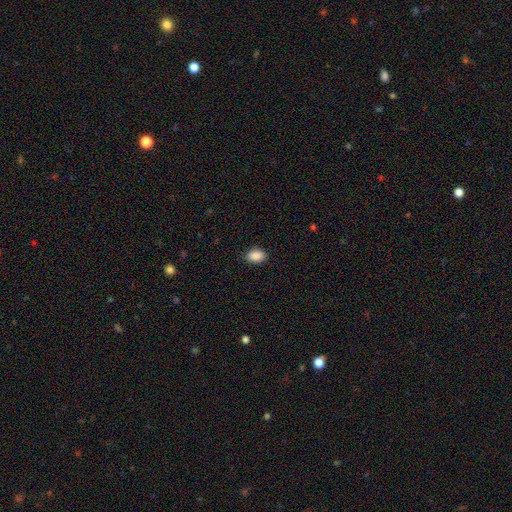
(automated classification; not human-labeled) A smooth galaxy with no disk features (90%) that is in between round and cigar-shaped (83%).

Vote fractions:
- Smooth or featured? smooth: 90% / star or artifact: 7% / featured or disk: 3%
- How rounded? in between: 83% / round: 16% / cigar-shaped: 1%
- Merging? none: 87% / minor disturbance: 9% / major disturbance: 2% / merger: 1%